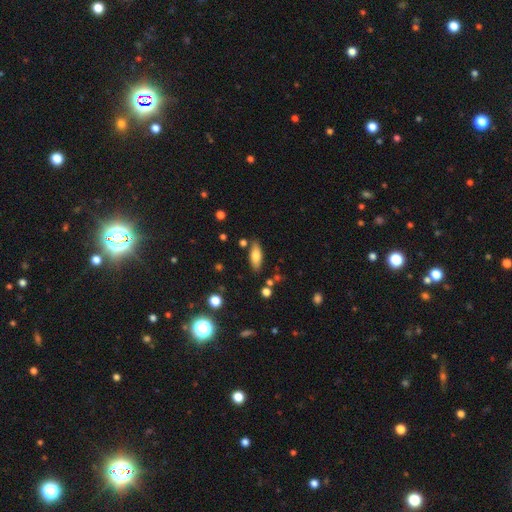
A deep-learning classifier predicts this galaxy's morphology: The model was most divided on "how rounded": in between: 71%, cigar-shaped: 26%, round: 3%. More confident: merging — none (81%); smooth or featured — smooth (71%).